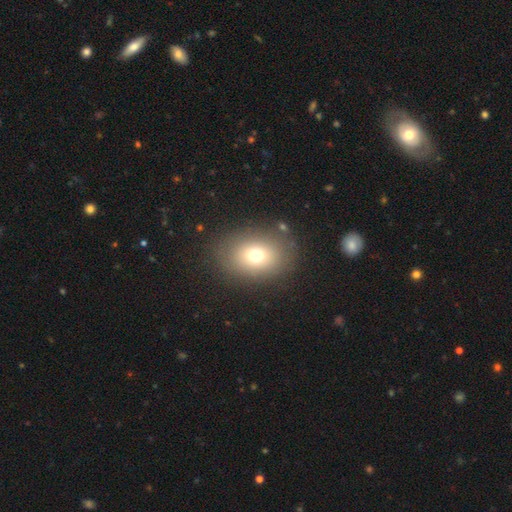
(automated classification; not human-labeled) smooth 72%, star or artifact 14%, featured or disk 14%. Down the decision tree: how rounded — in between (60%); merging — none (82%).